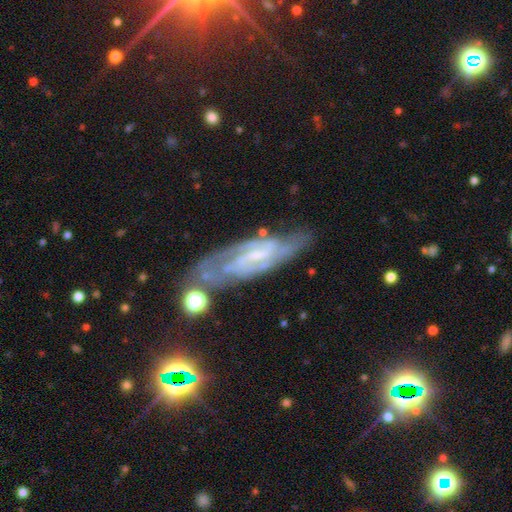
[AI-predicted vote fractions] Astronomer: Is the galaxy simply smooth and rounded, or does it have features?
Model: featured or disk — 83%.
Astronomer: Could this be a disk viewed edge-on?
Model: no — 86%.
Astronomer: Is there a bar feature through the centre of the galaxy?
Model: weak — 45% (runner-up: strong, 34%).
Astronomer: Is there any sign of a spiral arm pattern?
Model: yes — 95%.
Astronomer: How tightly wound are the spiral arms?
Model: medium — 48% (runner-up: tight, 37%).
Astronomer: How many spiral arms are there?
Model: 2 — 75%.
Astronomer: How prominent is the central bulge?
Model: small — 61%.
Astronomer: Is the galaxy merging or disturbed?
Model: none — 70%.